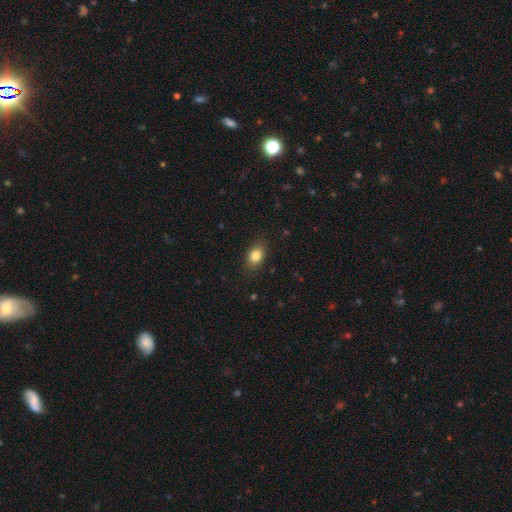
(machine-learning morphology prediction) A smooth galaxy with no disk features (83%) that is in between round and cigar-shaped (76%).

Vote fractions:
- Smooth or featured? smooth: 83% / star or artifact: 9% / featured or disk: 7%
- How rounded? in between: 76% / round: 23% / cigar-shaped: 2%
- Merging? none: 86% / minor disturbance: 10% / major disturbance: 3% / merger: 1%